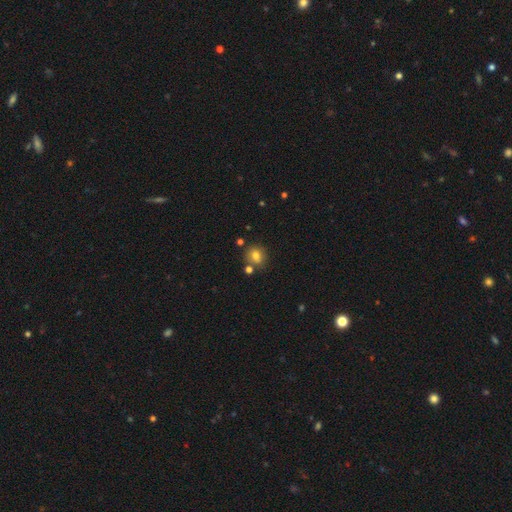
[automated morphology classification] Overall: smooth (76%). How rounded: round (78%). Merging: none (72%).